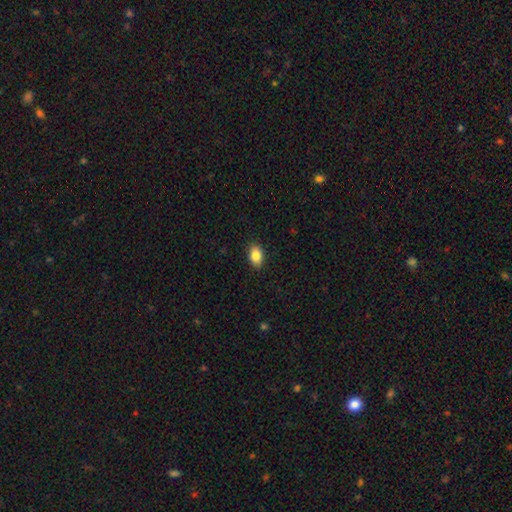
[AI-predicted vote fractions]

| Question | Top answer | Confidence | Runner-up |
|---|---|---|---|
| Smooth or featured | smooth | 85% | star or artifact (8%) |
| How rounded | in between | 85% | round (14%) |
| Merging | none | 88% | minor disturbance (9%) |